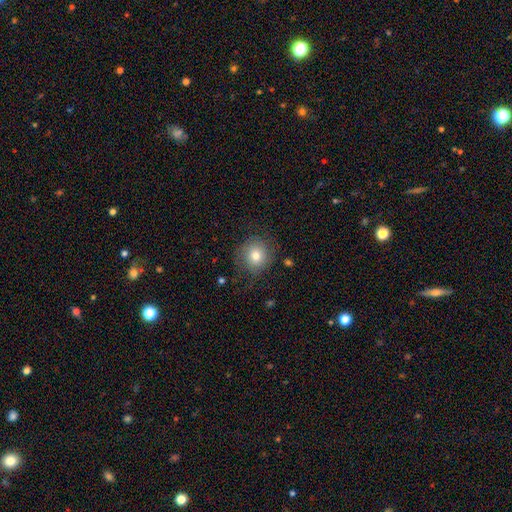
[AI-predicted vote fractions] smooth_or_featured: smooth (p=0.74) [alt: featured or disk p=0.17]
how_rounded: round (p=0.86) [alt: in between p=0.13]
merging: none (p=0.74) [alt: minor disturbance p=0.17]